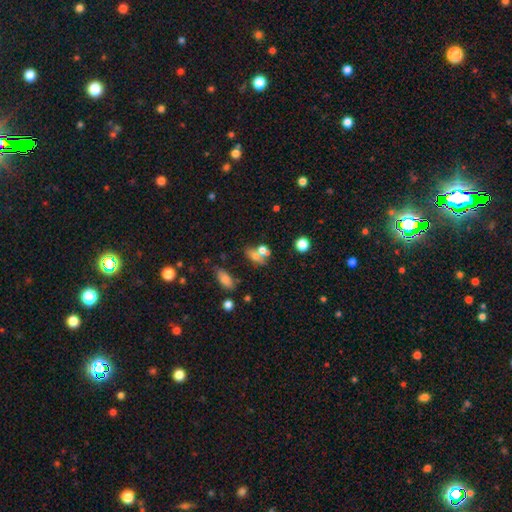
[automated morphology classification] Overall: smooth (64%). How rounded: in between (64%; round 31%). Merging: merger (47%; none 34%).